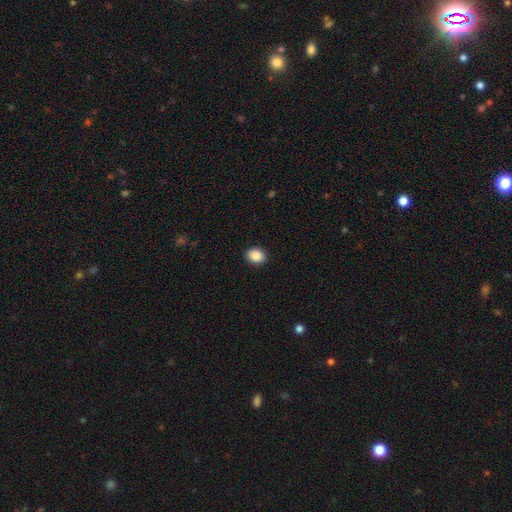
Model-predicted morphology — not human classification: smooth-or-featured: smooth: 88% | star or artifact: 8% | featured or disk: 4%
  how-rounded: round: 56% | in between: 44% | cigar-shaped: 1%
  merging: none: 91% | minor disturbance: 6% | major disturbance: 2% | merger: 1%